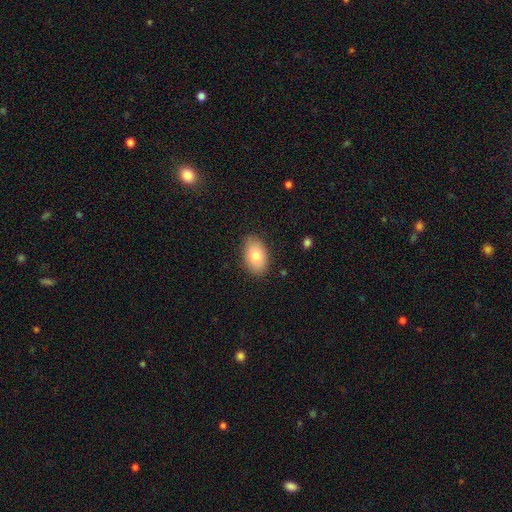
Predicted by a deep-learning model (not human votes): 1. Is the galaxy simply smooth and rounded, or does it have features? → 79% smooth, 14% featured or disk, 7% star or artifact.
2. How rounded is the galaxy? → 89% in between, 10% round, 1% cigar-shaped.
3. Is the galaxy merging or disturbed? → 85% none, 11% minor disturbance, 2% major disturbance, 1% merger.